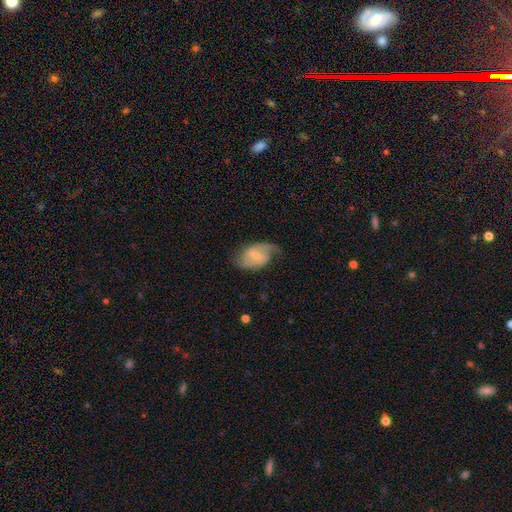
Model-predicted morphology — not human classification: Smooth or featured: featured or disk — 69% (smooth — 25%)
Edge-on disk: no — 96% (yes — 4%)
Bar: weak — 51% (no — 31%)
Spiral arms: yes — 89% (no — 11%)
Spiral winding: medium — 44% (loose — 37%)
Spiral arm count: 2 — 76% (1 — 12%)
Bulge size: small — 61% (moderate — 30%)
Merging: none — 62% (minor disturbance — 24%)